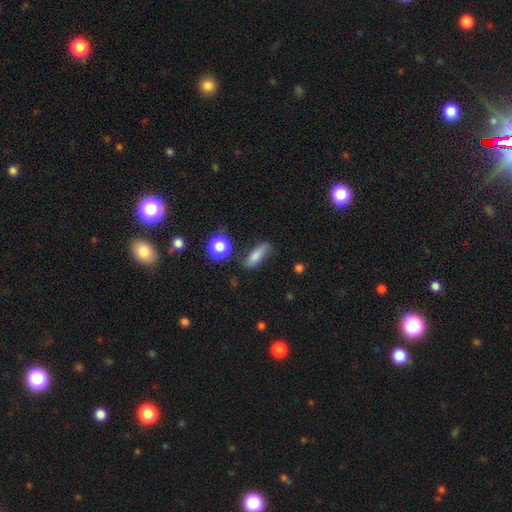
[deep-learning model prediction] Smooth or featured: smooth — 72% (featured or disk — 17%)
How rounded: in between — 51% (cigar-shaped — 41%)
Merging: none — 62% (minor disturbance — 25%)